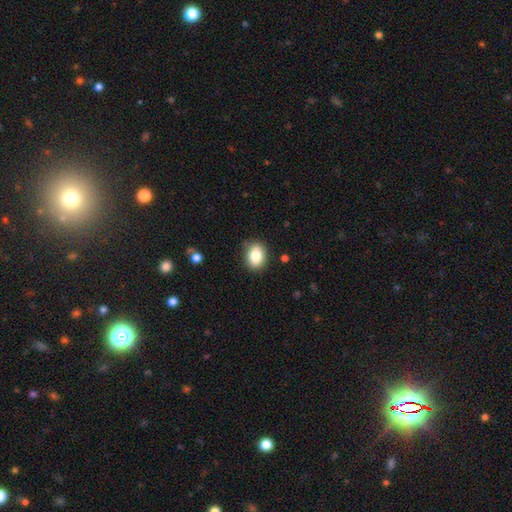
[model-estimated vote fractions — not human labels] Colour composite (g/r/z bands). It shows a smooth galaxy with no disk features (84%) that is in between round and cigar-shaped (60%). Merging: none (84%).